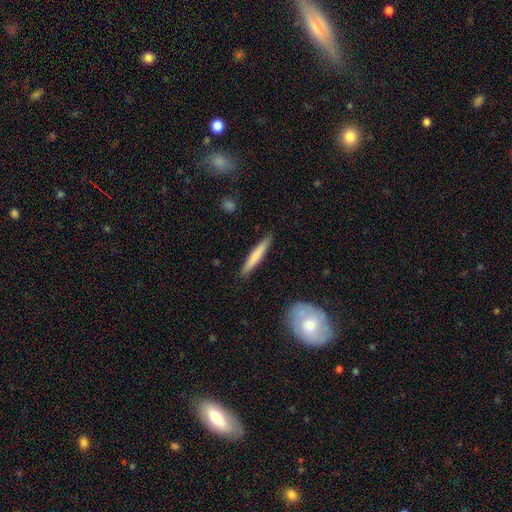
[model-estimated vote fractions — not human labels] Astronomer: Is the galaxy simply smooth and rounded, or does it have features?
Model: smooth — 71%.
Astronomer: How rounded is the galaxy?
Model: cigar-shaped — 94%.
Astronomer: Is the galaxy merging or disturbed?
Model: none — 89%.